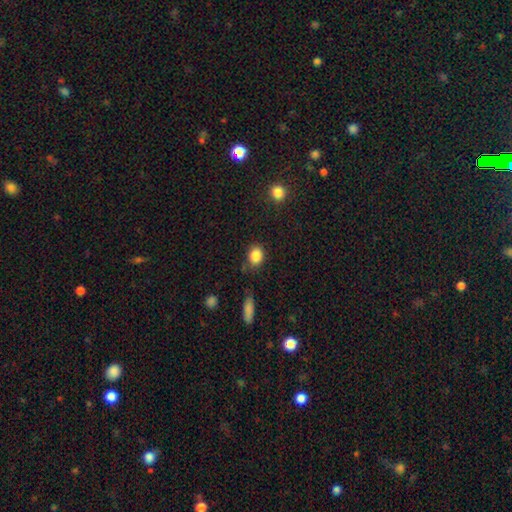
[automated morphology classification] This is clearly a smooth galaxy (86%). How rounded: possibly in between (55%). Merging: likely none (77%).